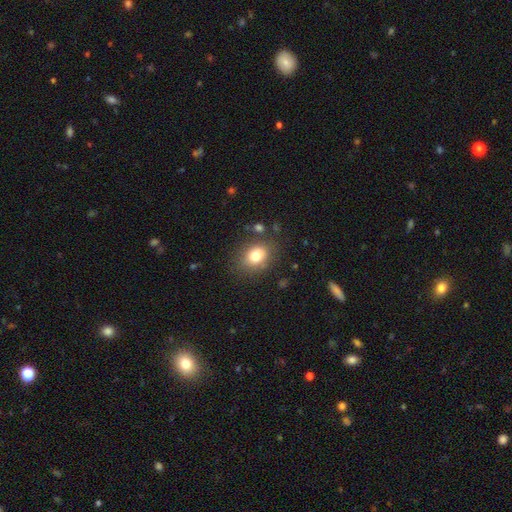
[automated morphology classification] Smooth or featured? Predicted: smooth (p=0.80). How rounded? Predicted: in between (p=0.55). Merging? Predicted: none (p=0.79).